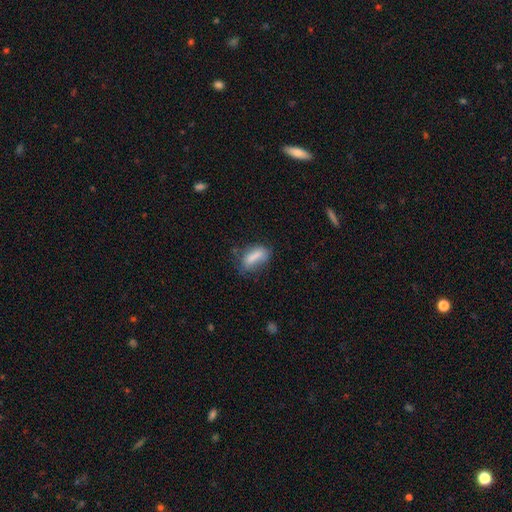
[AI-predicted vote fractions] A smooth galaxy with no disk features (76%) that is in between round and cigar-shaped (73%).

Vote fractions:
- Smooth or featured? smooth: 76% / featured or disk: 15% / star or artifact: 9%
- How rounded? in between: 73% / cigar-shaped: 23% / round: 4%
- Merging? none: 51% / minor disturbance: 30% / major disturbance: 14% / merger: 5%